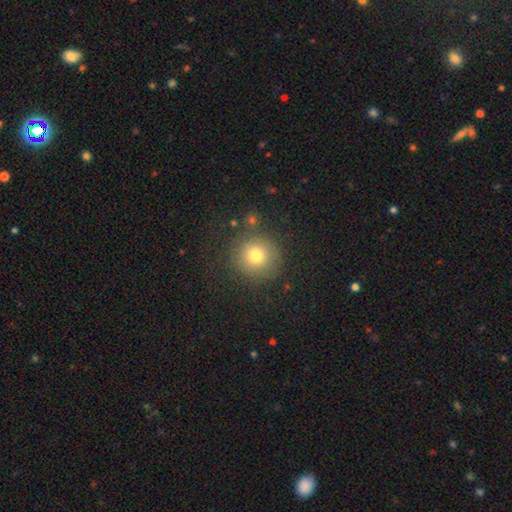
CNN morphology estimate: type=smooth (75%); roundness=round (94%); merging=none (83%).